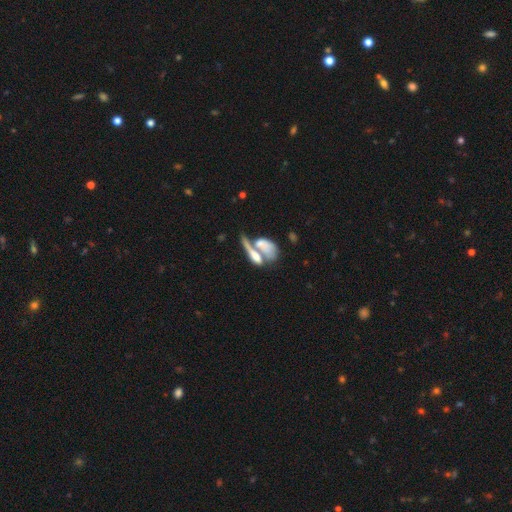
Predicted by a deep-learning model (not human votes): smooth-or-featured: smooth: 56% | featured or disk: 36% | star or artifact: 8%
  how-rounded: in between: 68% | cigar-shaped: 22% | round: 9%
  merging: merger: 66% | none: 17% | major disturbance: 9% | minor disturbance: 8%